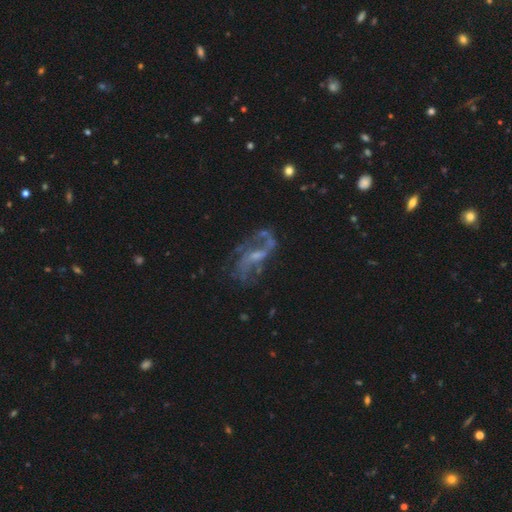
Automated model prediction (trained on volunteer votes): This appears to be a featured or disk galaxy (79%) with a weak bar (46%), 2 (68%) loose (64%) spiral arms (83%) and a small central bulge (53%). Merging: none (52%).